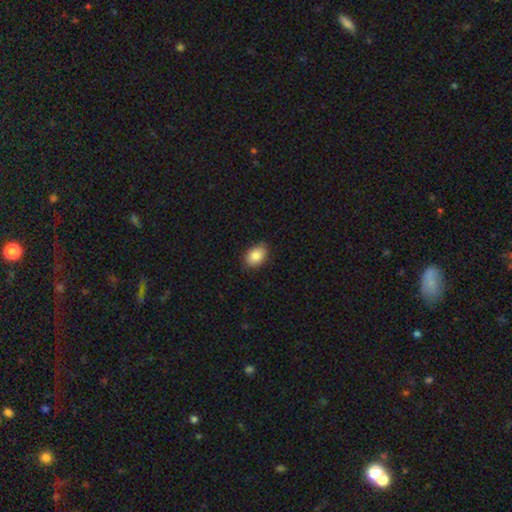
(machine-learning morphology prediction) smooth 87%, star or artifact 7%, featured or disk 6%. Down the decision tree: how rounded — in between (80%); merging — none (83%).